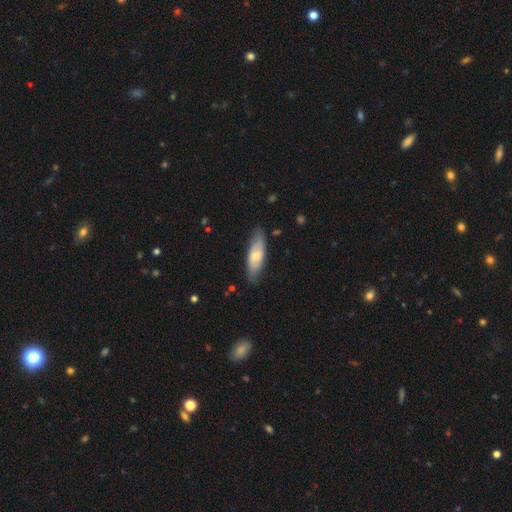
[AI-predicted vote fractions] Smooth or featured: smooth — 60% (featured or disk — 34%)
How rounded: in between — 60% (cigar-shaped — 38%)
Merging: none — 78% (minor disturbance — 18%)